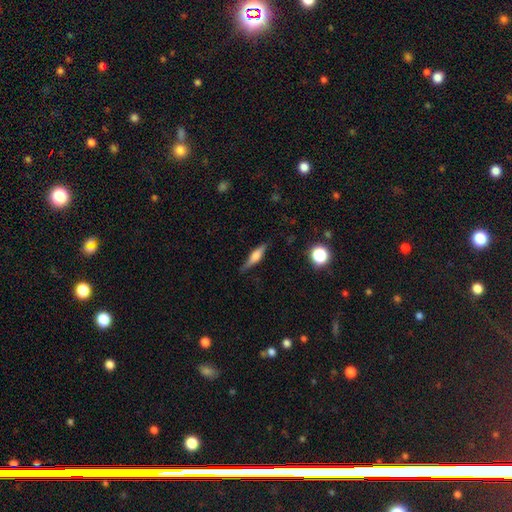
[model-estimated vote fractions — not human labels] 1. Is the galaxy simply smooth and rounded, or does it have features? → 51% featured or disk, 41% smooth, 8% star or artifact.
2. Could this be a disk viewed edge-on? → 95% yes, 5% no.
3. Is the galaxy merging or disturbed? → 83% none, 13% minor disturbance, 3% major disturbance, 1% merger.